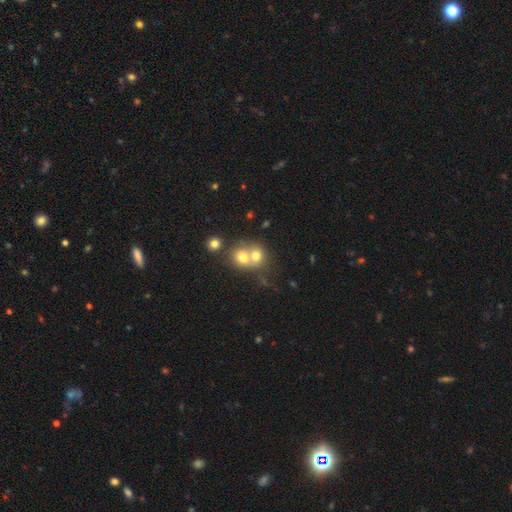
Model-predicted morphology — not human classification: The model was most divided on "merging": merger: 66%, none: 26%, minor disturbance: 5%, major disturbance: 3%. More confident: how rounded — round (72%); smooth or featured — smooth (69%).